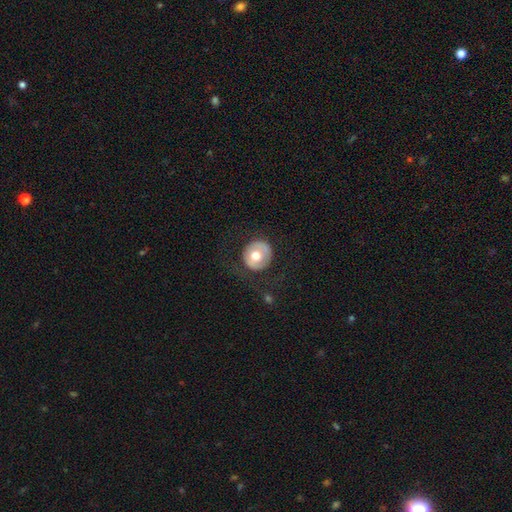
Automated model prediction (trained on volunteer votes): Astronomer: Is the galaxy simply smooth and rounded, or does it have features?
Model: smooth — 61%.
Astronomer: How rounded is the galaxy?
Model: round — 90%.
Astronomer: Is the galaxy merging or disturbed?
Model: none — 71%.